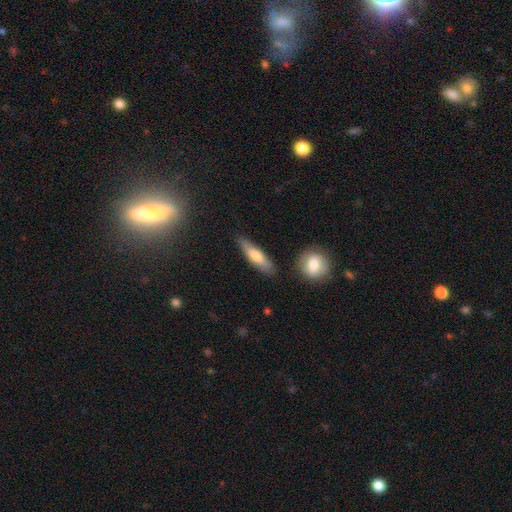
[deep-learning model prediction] This is likely a smooth galaxy (64%). How rounded: likely cigar-shaped (68%). Merging: clearly none (80%).